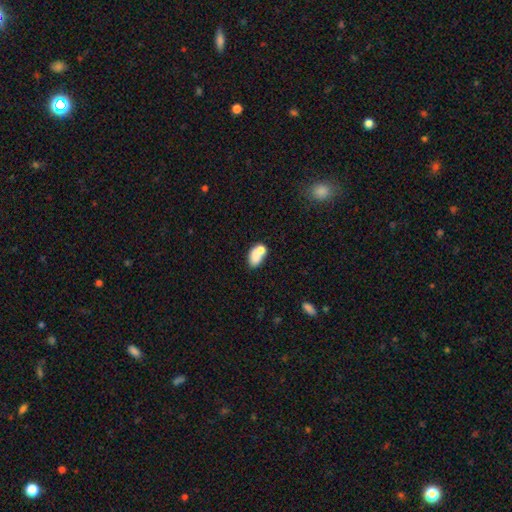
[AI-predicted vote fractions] smooth_or_featured: smooth (p=0.73) [alt: featured or disk p=0.17]
how_rounded: in between (p=0.85) [alt: round p=0.13]
merging: merger (p=0.41) [alt: none p=0.35]